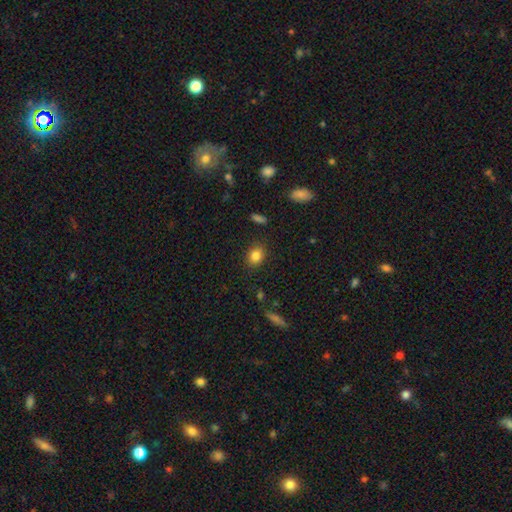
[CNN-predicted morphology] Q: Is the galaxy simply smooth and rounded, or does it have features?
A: smooth — 84%.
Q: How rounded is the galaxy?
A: round — 55%.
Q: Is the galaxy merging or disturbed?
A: none — 87%.